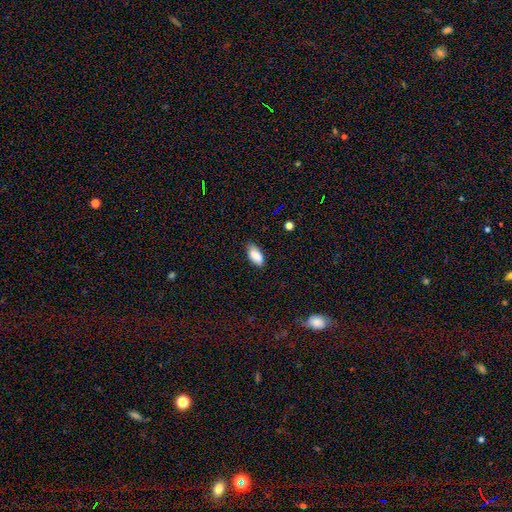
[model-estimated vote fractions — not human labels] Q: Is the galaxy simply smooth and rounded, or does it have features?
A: smooth — 87%.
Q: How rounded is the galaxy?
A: in between — 92%.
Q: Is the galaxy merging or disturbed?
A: none — 78%.